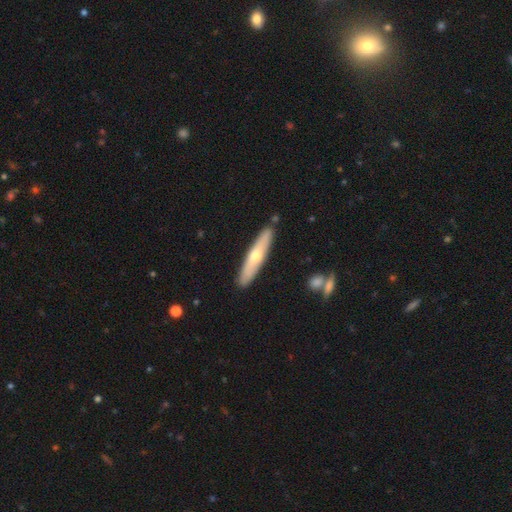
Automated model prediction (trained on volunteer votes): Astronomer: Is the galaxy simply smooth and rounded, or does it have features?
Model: smooth — 49% (runner-up: featured or disk, 46%).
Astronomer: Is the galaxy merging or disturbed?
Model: none — 88%.